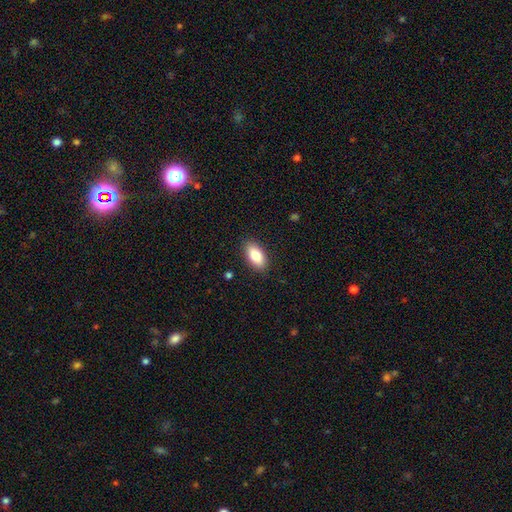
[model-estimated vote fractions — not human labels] Q: Smooth or featured?
A: smooth (85%); runner-up: featured or disk (8%)
Q: How rounded?
A: in between (92%); runner-up: cigar-shaped (5%)
Q: Merging?
A: none (88%); runner-up: minor disturbance (9%)